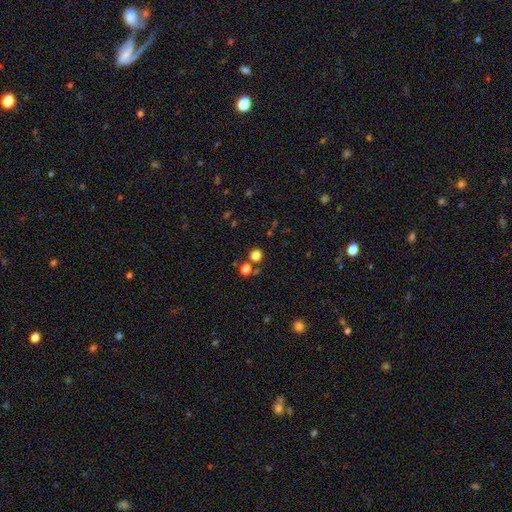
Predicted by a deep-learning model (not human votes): Smooth or featured: smooth — 79% (star or artifact — 16%)
How rounded: round — 87% (in between — 12%)
Merging: none — 74% (merger — 16%)